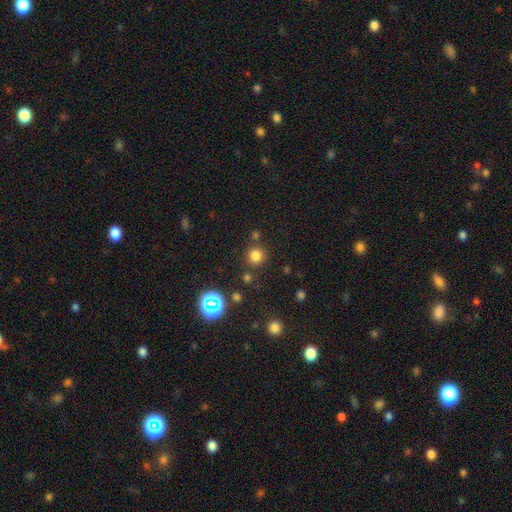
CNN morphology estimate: A smooth galaxy with no disk features (76%) that is round (92%). Merging: none (82%).